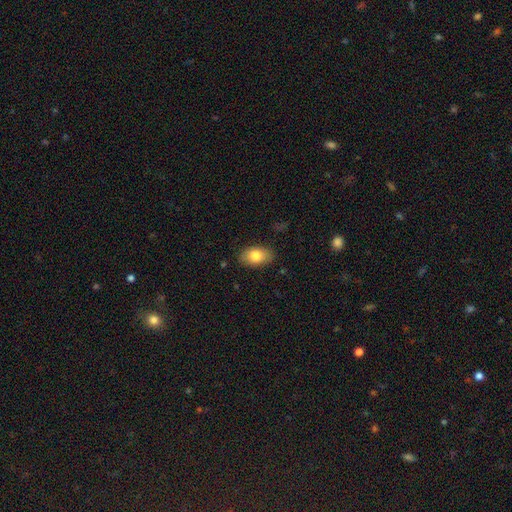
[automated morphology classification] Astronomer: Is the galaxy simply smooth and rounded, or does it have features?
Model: smooth — 81%.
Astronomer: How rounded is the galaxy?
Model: in between — 91%.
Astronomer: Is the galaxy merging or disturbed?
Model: none — 85%.